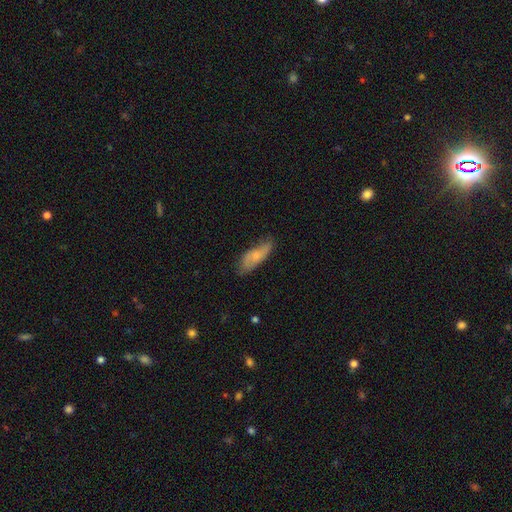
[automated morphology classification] The model was most divided on "smooth or featured": smooth: 62%, featured or disk: 32%, star or artifact: 6%. More confident: how rounded — in between (66%); merging — none (63%).